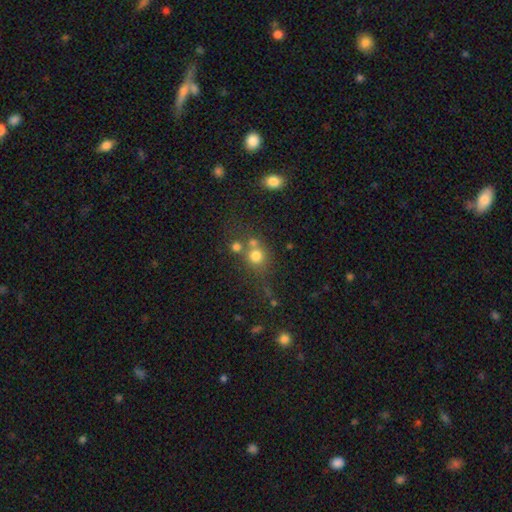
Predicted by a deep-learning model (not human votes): Smooth or featured? Predicted: smooth (p=0.72). How rounded? Predicted: round (p=0.85). Merging? Predicted: none (p=0.52).